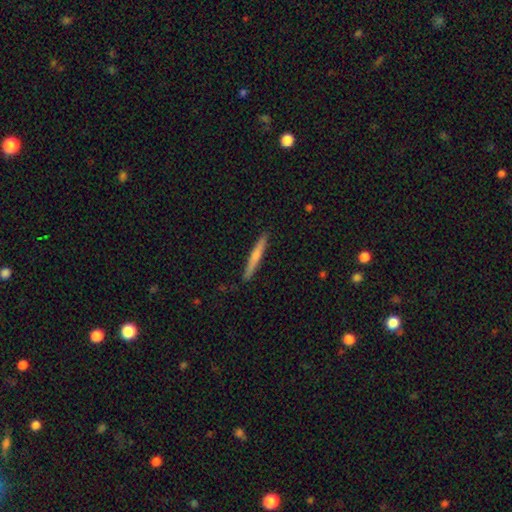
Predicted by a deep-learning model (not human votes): A smooth galaxy with no disk features (60%) that is cigar-shaped (96%). Merging: none (91%).